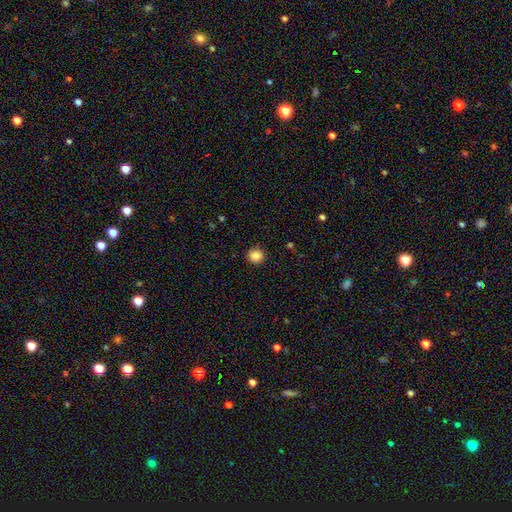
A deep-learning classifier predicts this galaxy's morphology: type=smooth (86%); roundness=round (89%); merging=none (90%).